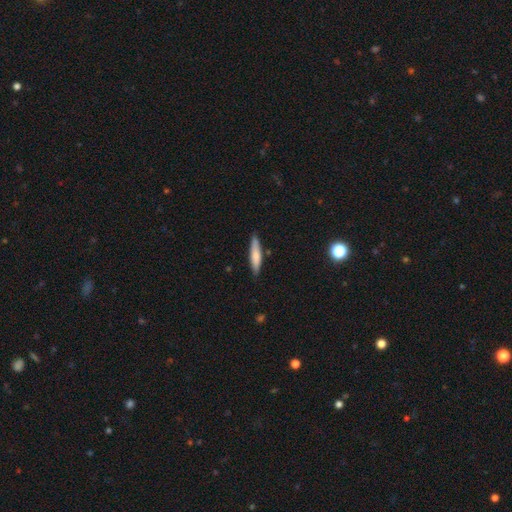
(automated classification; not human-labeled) A smooth galaxy with no disk features (72%) that is cigar-shaped (85%).

Vote fractions:
- Smooth or featured? smooth: 72% / featured or disk: 22% / star or artifact: 6%
- How rounded? cigar-shaped: 85% / in between: 14% / round: 1%
- Merging? none: 85% / minor disturbance: 11% / major disturbance: 2% / merger: 2%